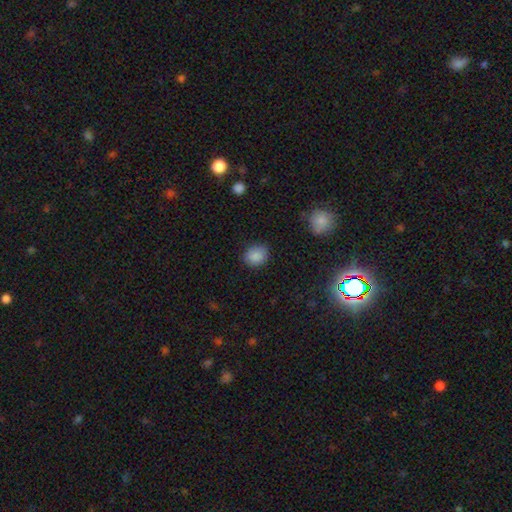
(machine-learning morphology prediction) This appears to be a smooth galaxy with no disk features (87%) that is round (67%). Merging: none (84%).